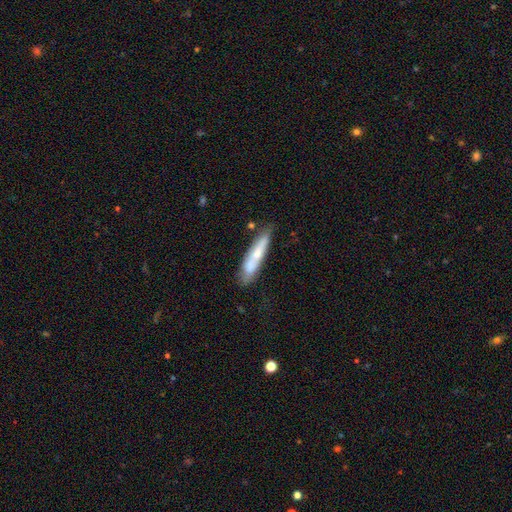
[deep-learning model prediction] Smooth or featured? smooth (53%)
How rounded? cigar-shaped (85%)
Merging? none (67%)